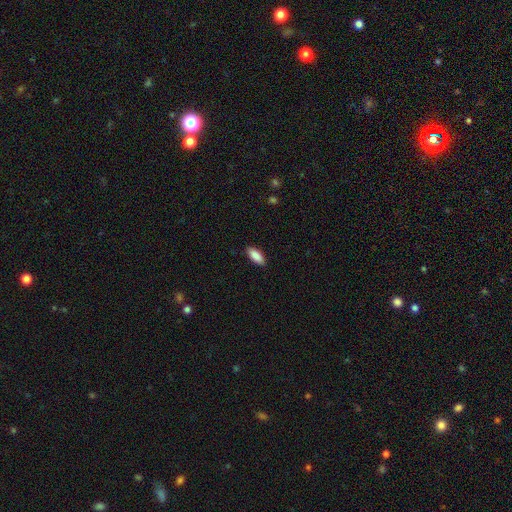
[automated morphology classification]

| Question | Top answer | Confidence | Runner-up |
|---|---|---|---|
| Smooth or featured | smooth | 89% | star or artifact (6%) |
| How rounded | in between | 80% | cigar-shaped (18%) |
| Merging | none | 88% | minor disturbance (9%) |